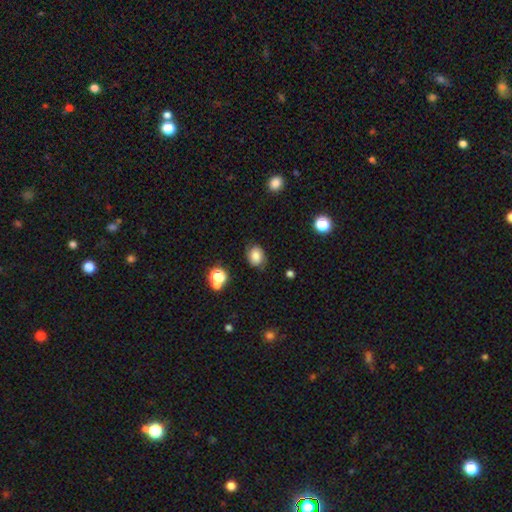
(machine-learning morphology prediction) Smooth or featured? Predicted: smooth (p=0.75). How rounded? Predicted: in between (p=0.51). Merging? Predicted: none (p=0.75).